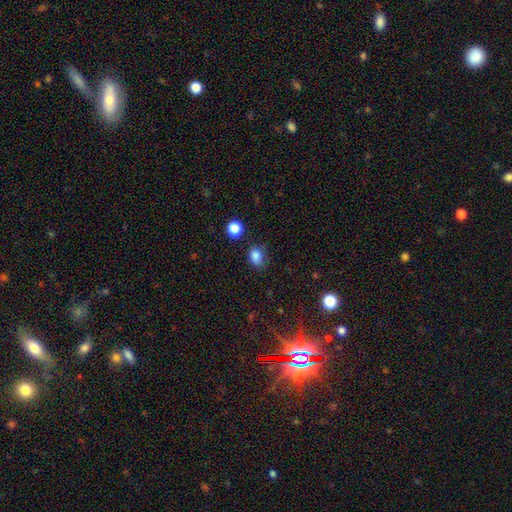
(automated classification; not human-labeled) The model was most divided on "how rounded": in between: 64%, round: 34%, cigar-shaped: 1%. More confident: smooth or featured — smooth (83%); merging — none (62%).